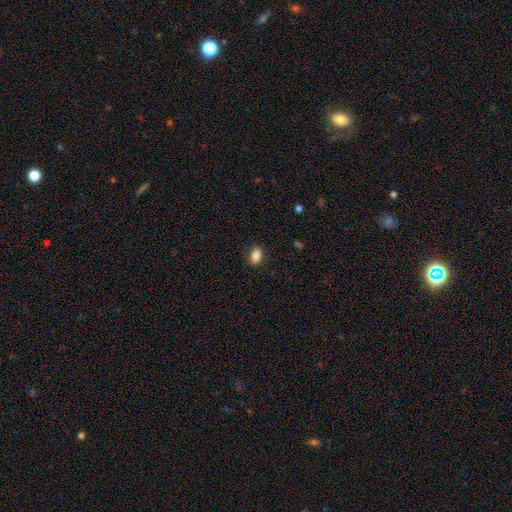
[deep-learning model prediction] smooth_or_featured: smooth (p=0.86) [alt: star or artifact p=0.09]
how_rounded: in between (p=0.86) [alt: round p=0.12]
merging: none (p=0.87) [alt: minor disturbance p=0.10]